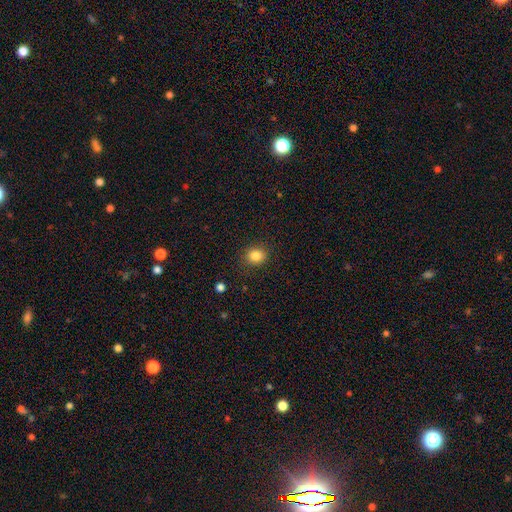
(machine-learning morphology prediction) Smooth or featured?
  - smooth: 85% *
  - star or artifact: 11%
  - featured or disk: 4%
How rounded?
  - round: 72% *
  - in between: 27%
  - cigar-shaped: 1%
Merging?
  - none: 88% *
  - minor disturbance: 8%
  - major disturbance: 3%
  - merger: 1%